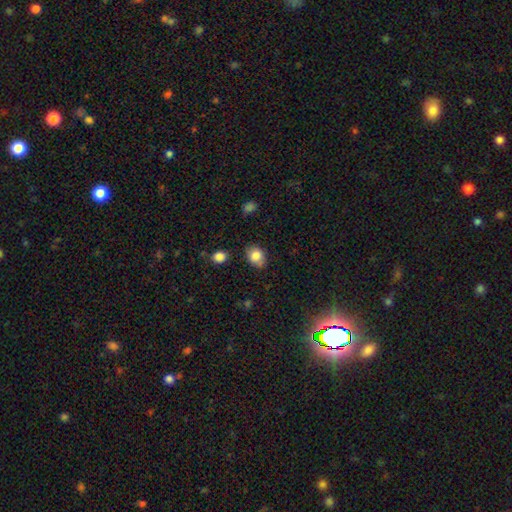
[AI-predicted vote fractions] This appears to be a smooth galaxy with no disk features (82%) that is in between round and cigar-shaped (59%). Merging: none (73%).